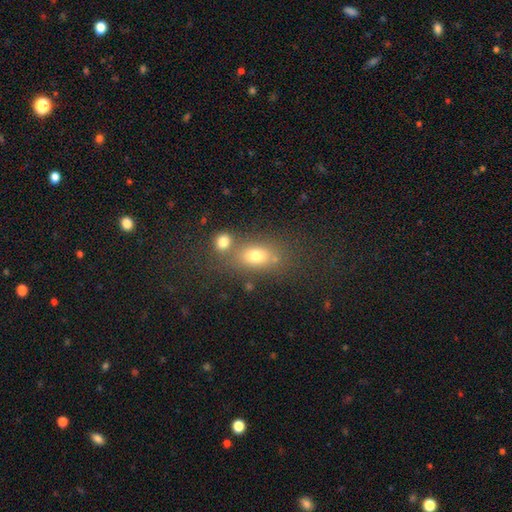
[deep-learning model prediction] Smooth or featured? Predicted: smooth (p=0.70). How rounded? Predicted: in between (p=0.68). Merging? Predicted: none (p=0.52).